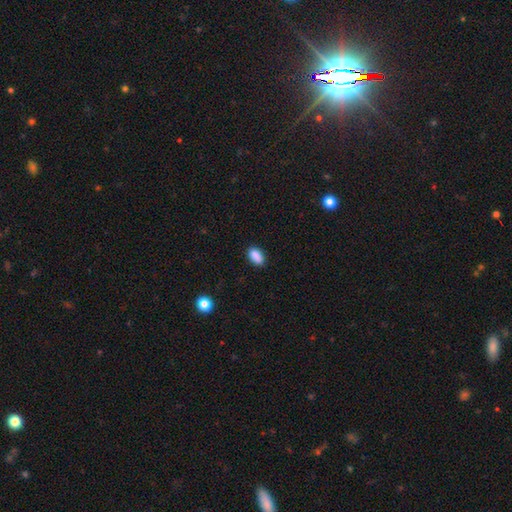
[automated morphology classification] Smooth or featured?
  - smooth: 89% *
  - star or artifact: 8%
  - featured or disk: 3%
How rounded?
  - in between: 91% *
  - round: 5%
  - cigar-shaped: 4%
Merging?
  - none: 86% *
  - minor disturbance: 10%
  - major disturbance: 2%
  - merger: 1%